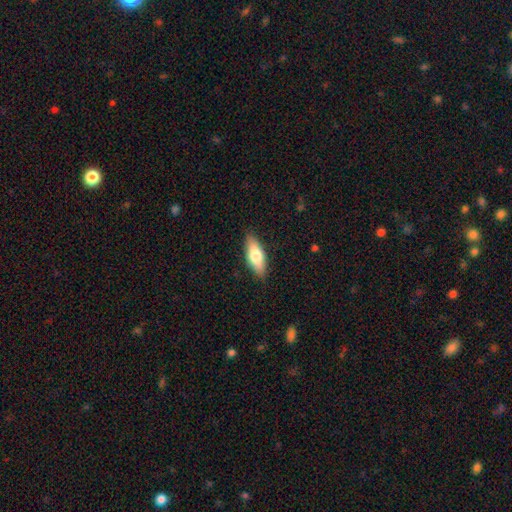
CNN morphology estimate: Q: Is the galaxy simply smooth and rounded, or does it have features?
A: smooth — 69%.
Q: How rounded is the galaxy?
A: in between — 70%.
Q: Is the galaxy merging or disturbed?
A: none — 86%.